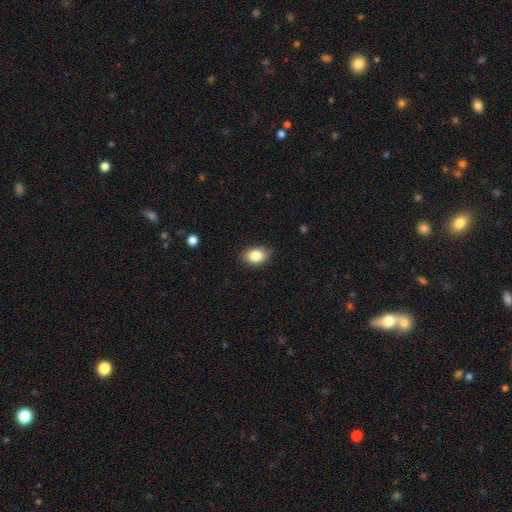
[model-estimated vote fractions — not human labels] The model was most divided on "how rounded": in between: 79%, round: 20%, cigar-shaped: 1%. More confident: smooth or featured — smooth (85%); merging — none (85%).